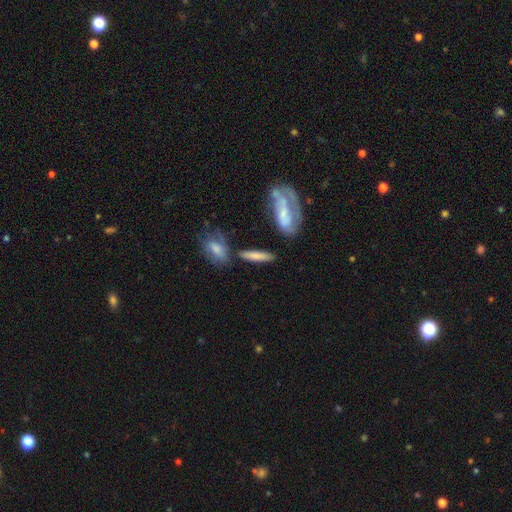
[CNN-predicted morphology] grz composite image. It shows a smooth galaxy with no disk features (70%) that is cigar-shaped (76%). Merging: none (68%).